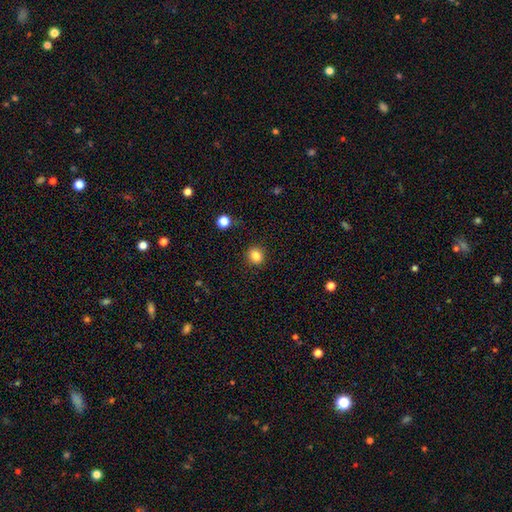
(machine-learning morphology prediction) smooth-or-featured: smooth: 85% | star or artifact: 11% | featured or disk: 4%
  how-rounded: round: 78% | in between: 21% | cigar-shaped: 1%
  merging: none: 89% | minor disturbance: 7% | major disturbance: 2% | merger: 1%